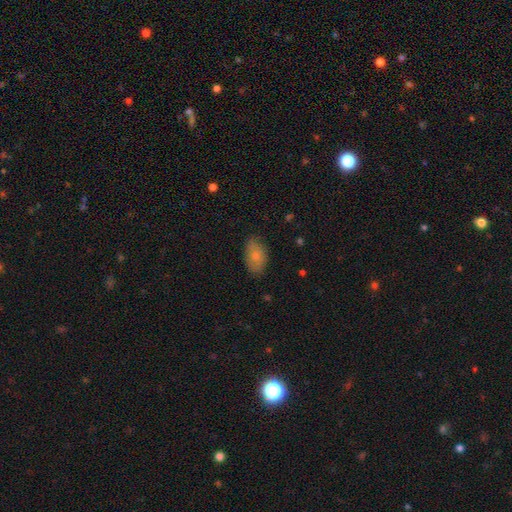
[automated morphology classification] Q: Smooth or featured?
A: smooth (73%); runner-up: featured or disk (20%)
Q: How rounded?
A: in between (89%); runner-up: round (9%)
Q: Merging?
A: none (77%); runner-up: minor disturbance (18%)